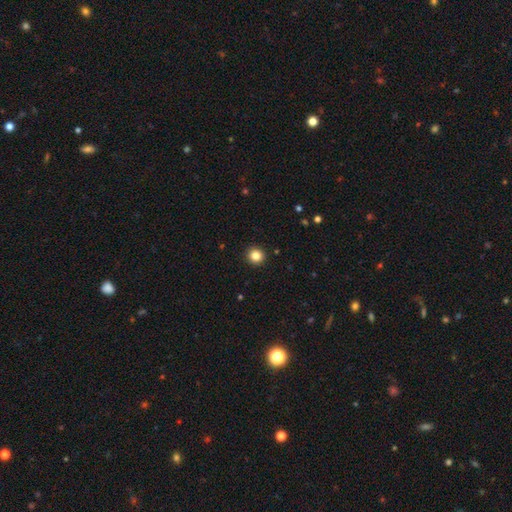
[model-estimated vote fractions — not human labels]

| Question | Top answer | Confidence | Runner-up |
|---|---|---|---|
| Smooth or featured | smooth | 84% | star or artifact (11%) |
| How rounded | round | 92% | in between (7%) |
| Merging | none | 93% | minor disturbance (4%) |